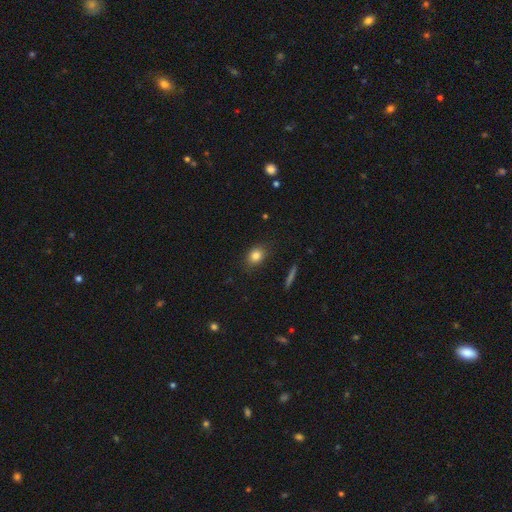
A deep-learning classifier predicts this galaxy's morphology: A smooth galaxy with no disk features (82%) that is in between round and cigar-shaped (54%).

Vote fractions:
- Smooth or featured? smooth: 82% / star or artifact: 10% / featured or disk: 8%
- How rounded? in between: 54% / round: 43% / cigar-shaped: 2%
- Merging? none: 84% / minor disturbance: 12% / major disturbance: 3% / merger: 1%